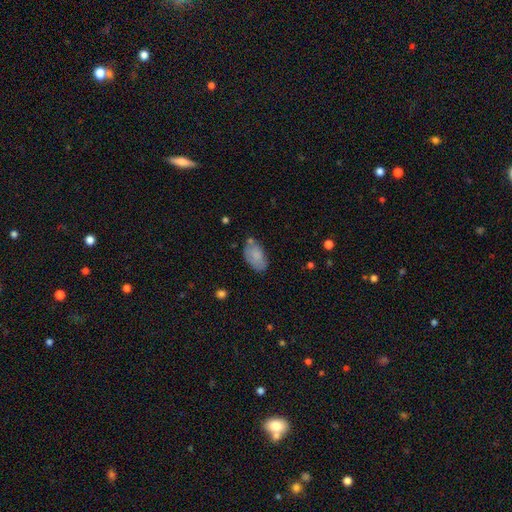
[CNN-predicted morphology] type=smooth (75%); roundness=in between (93%); merging=none (60%).